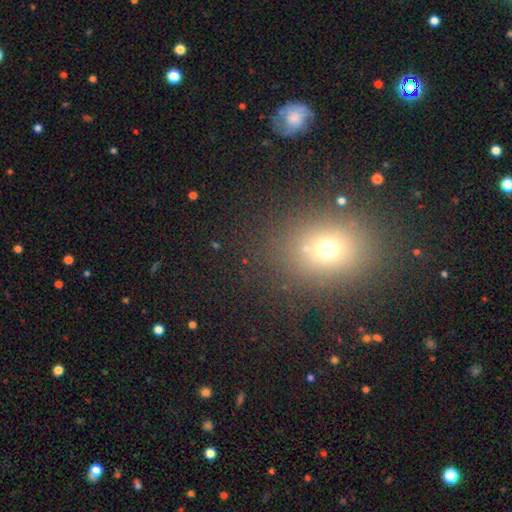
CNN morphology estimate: smooth-or-featured: smooth: 57% | star or artifact: 32% | featured or disk: 10%
  how-rounded: in between: 50% | round: 48% | cigar-shaped: 2%
  merging: none: 87% | minor disturbance: 7% | major disturbance: 4% | merger: 2%